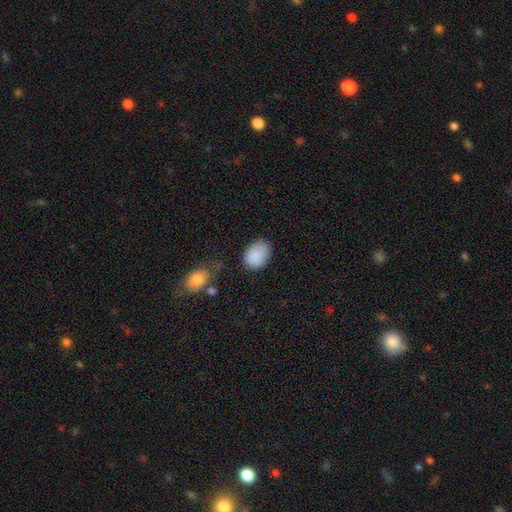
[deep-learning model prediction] Q: Smooth or featured?
A: smooth (88%); runner-up: star or artifact (7%)
Q: How rounded?
A: in between (70%); runner-up: round (29%)
Q: Merging?
A: none (71%); runner-up: minor disturbance (21%)